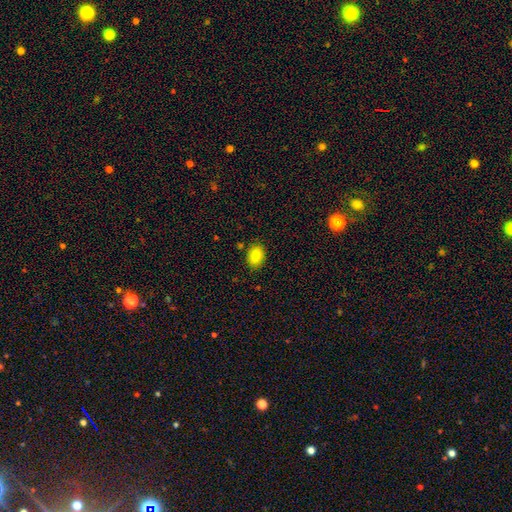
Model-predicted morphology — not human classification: Q: Smooth or featured?
A: smooth (86%); runner-up: star or artifact (8%)
Q: How rounded?
A: in between (84%); runner-up: round (14%)
Q: Merging?
A: none (86%); runner-up: minor disturbance (10%)